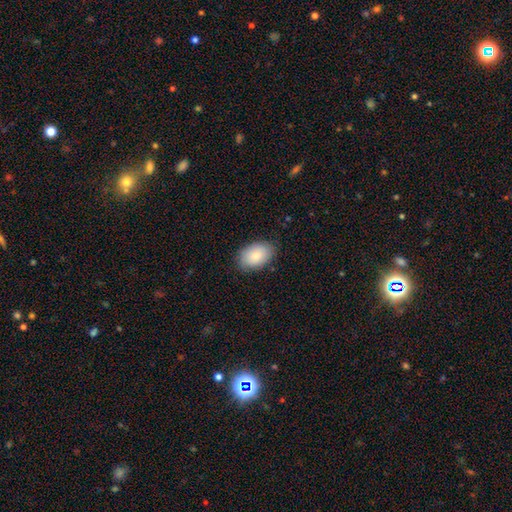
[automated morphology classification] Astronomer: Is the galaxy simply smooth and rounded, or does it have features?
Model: smooth — 84%.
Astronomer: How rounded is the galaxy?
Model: in between — 90%.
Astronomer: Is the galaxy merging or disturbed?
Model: none — 83%.